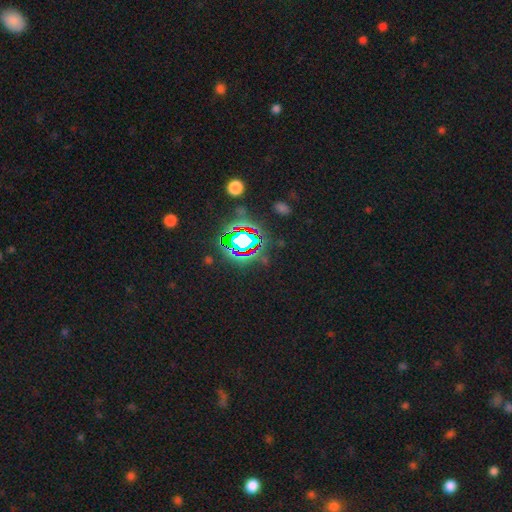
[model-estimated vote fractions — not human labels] Morphology: type=star or artifact (83%).